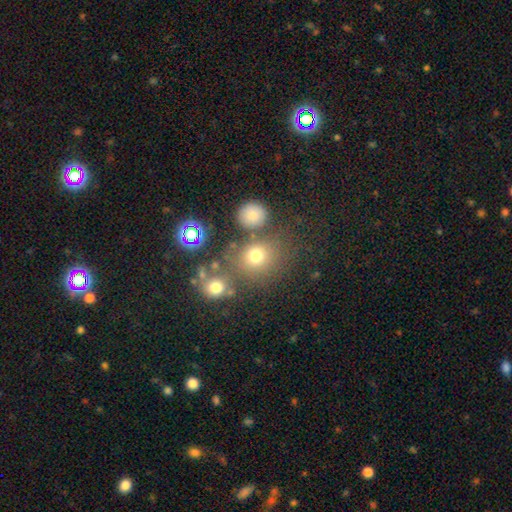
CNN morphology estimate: A smooth galaxy with no disk features (72%) that is round (73%). Merging: none (63%).